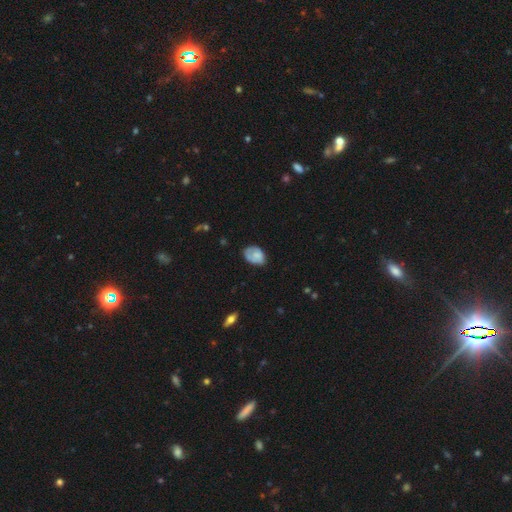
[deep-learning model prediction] smooth-or-featured: smooth: 69% | featured or disk: 23% | star or artifact: 8%
  how-rounded: in between: 83% | round: 16% | cigar-shaped: 1%
  merging: none: 55% | minor disturbance: 32% | major disturbance: 11% | merger: 3%